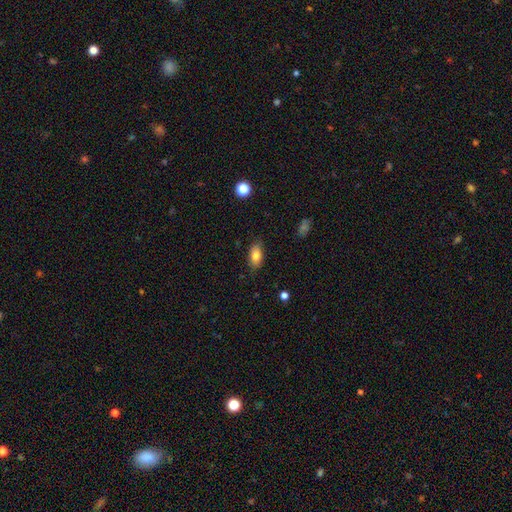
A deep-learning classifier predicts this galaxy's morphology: smooth-or-featured: smooth: 80% | featured or disk: 12% | star or artifact: 8%
  how-rounded: in between: 89% | cigar-shaped: 6% | round: 5%
  merging: none: 83% | minor disturbance: 13% | major disturbance: 3% | merger: 1%